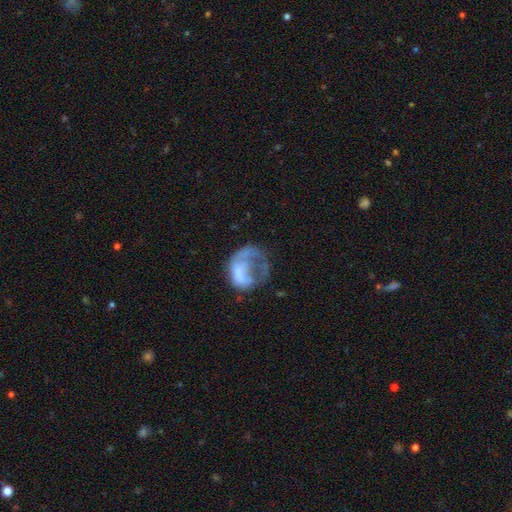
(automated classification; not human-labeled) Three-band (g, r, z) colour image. It shows a featured or disk galaxy (48%). Merging: major disturbance (50%).